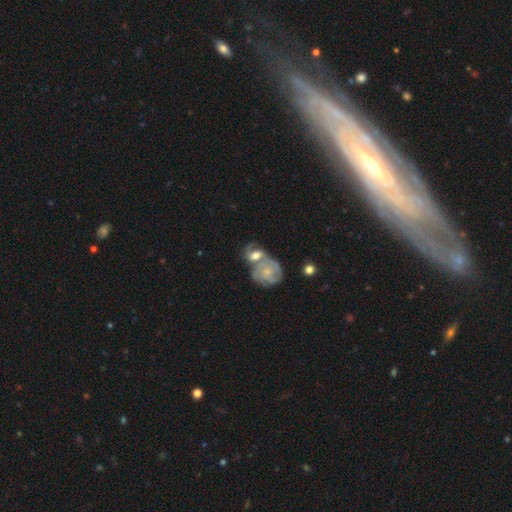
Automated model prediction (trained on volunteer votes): This appears to be a featured or disk galaxy (69%) with no bar (63%), 2 (47%) medium (42%) spiral arms (87%) and a moderate central bulge (49%). Merging: merger (66%).